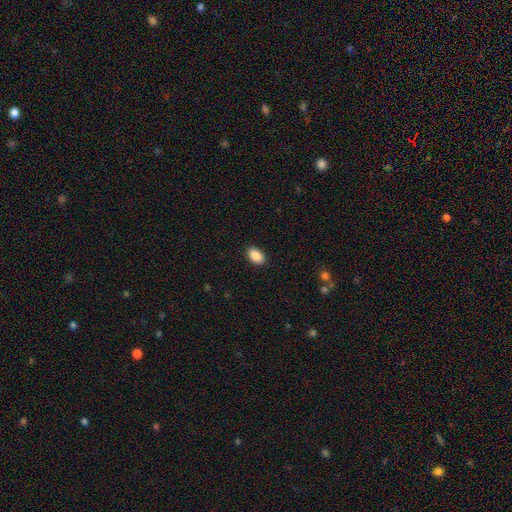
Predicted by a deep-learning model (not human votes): smooth 90%, star or artifact 7%, featured or disk 3%. Down the decision tree: how rounded — in between (92%); merging — none (90%).